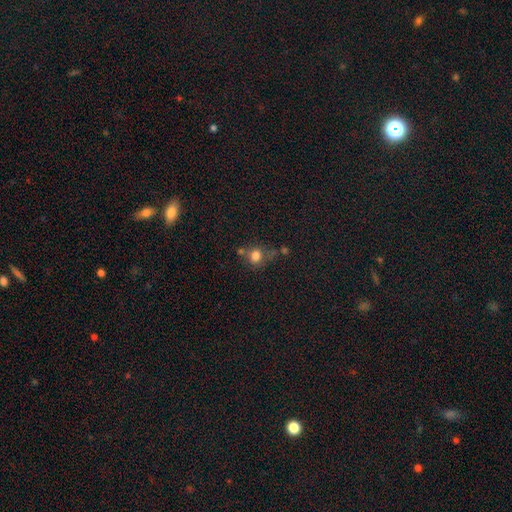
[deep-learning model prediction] smooth_or_featured: smooth (p=0.78) [alt: star or artifact p=0.13]
how_rounded: round (p=0.80) [alt: in between p=0.19]
merging: none (p=0.56) [alt: merger p=0.19]